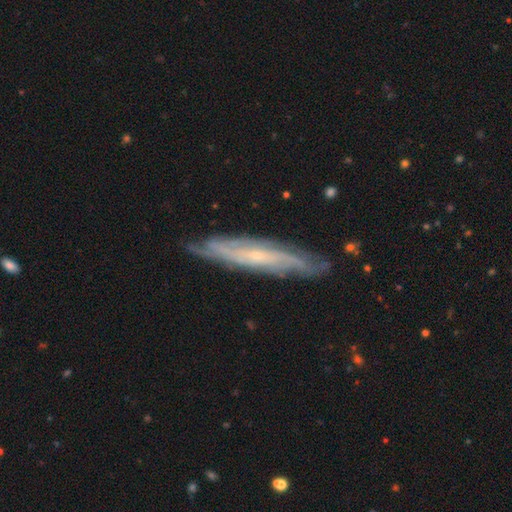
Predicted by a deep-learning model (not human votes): This is likely a featured or disk galaxy (77%). It is possibly not viewed edge-on (50%, tied with yes). Merging: clearly none (80%).